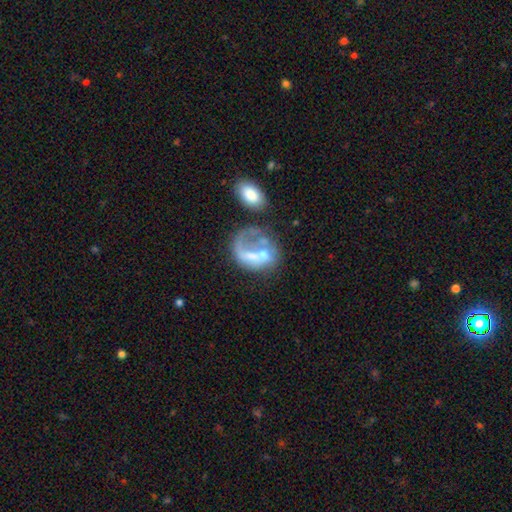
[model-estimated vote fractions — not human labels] The model was most divided on "merging": major disturbance: 38%, none: 29%, merger: 18%, minor disturbance: 15%. Remaining: edge-on disk — no (97%); bar — no (65%); spiral arms — no (65%); smooth or featured — featured or disk (56%); bulge size — none (44%).